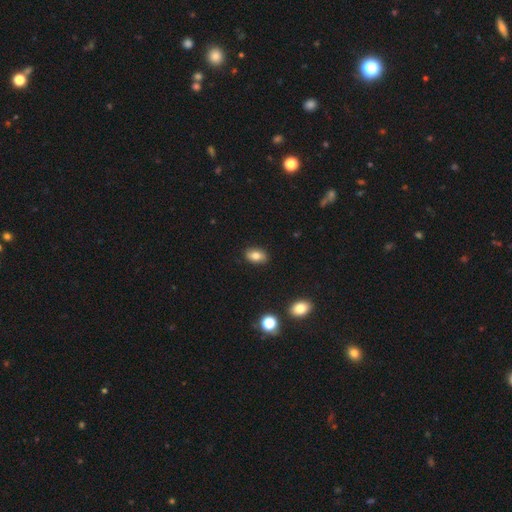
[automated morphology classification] Overall: smooth (80%). How rounded: in between (87%). Merging: none (87%).